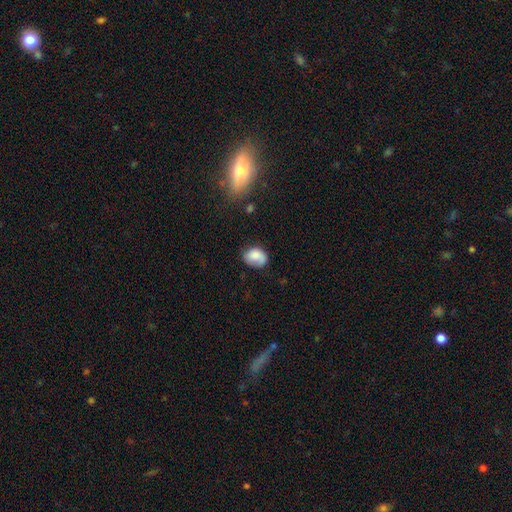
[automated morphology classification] smooth_or_featured: smooth (p=0.79) [alt: featured or disk p=0.12]
how_rounded: in between (p=0.66) [alt: round p=0.33]
merging: none (p=0.58) [alt: minor disturbance p=0.29]